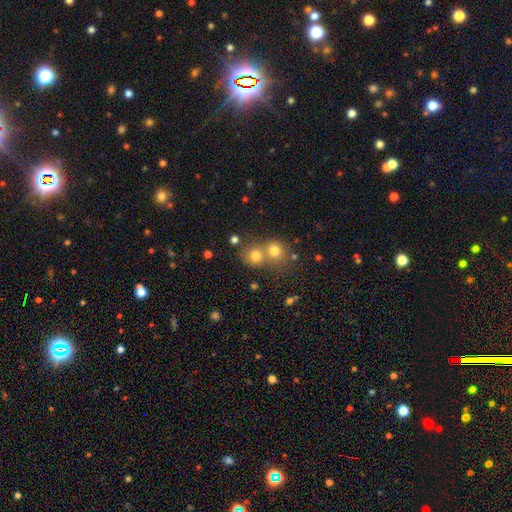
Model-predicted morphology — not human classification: The model was most divided on "merging": merger: 50%, none: 41%, minor disturbance: 7%, major disturbance: 3%. More confident: how rounded — round (81%); smooth or featured — smooth (75%).